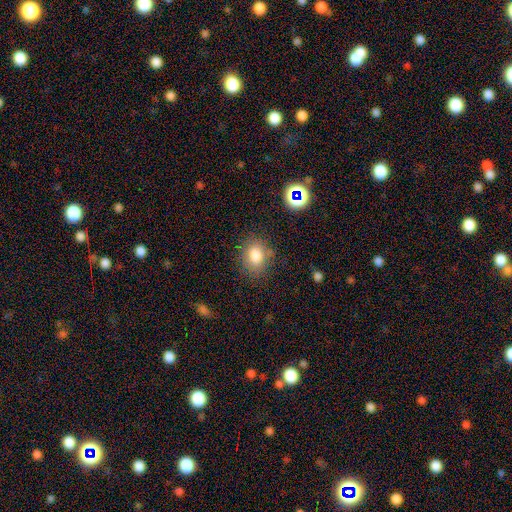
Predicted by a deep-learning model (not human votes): Smooth or featured?
  - smooth: 81% *
  - star or artifact: 11%
  - featured or disk: 8%
How rounded?
  - in between: 61% *
  - round: 38%
  - cigar-shaped: 1%
Merging?
  - none: 78% *
  - minor disturbance: 15%
  - major disturbance: 5%
  - merger: 2%